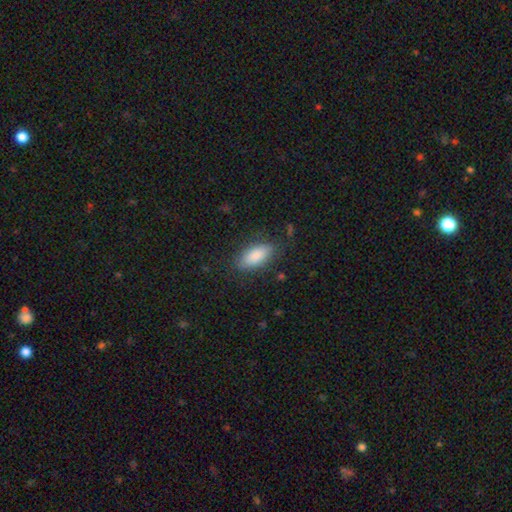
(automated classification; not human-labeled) This is clearly a smooth galaxy (85%). How rounded: clearly in between (89%). Merging: likely none (79%).